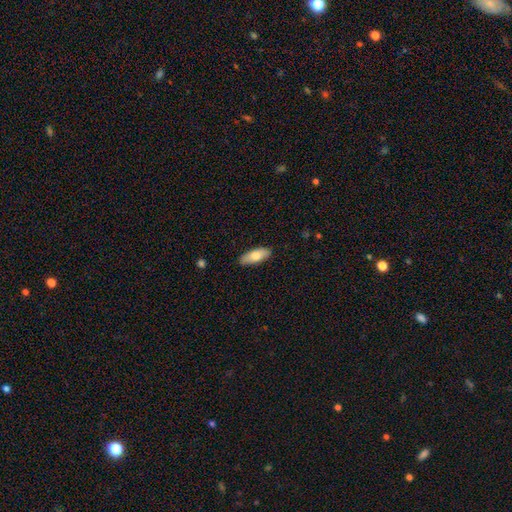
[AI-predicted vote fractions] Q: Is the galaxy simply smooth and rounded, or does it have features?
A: smooth — 74%.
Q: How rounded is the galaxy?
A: in between — 76%.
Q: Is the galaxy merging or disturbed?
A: none — 88%.